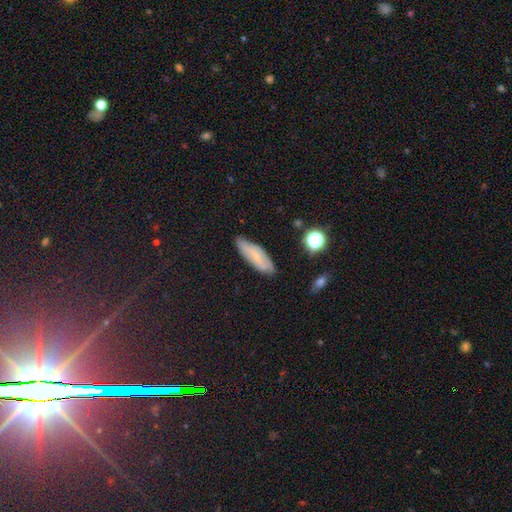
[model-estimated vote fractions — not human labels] smooth 58%, featured or disk 32%, star or artifact 10%. Down the decision tree: how rounded — in between (58%); merging — none (78%).